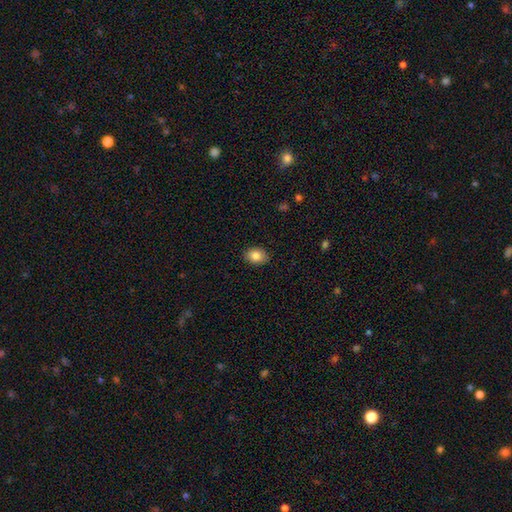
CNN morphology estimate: type=smooth (84%); roundness=in between (71%); merging=none (89%).